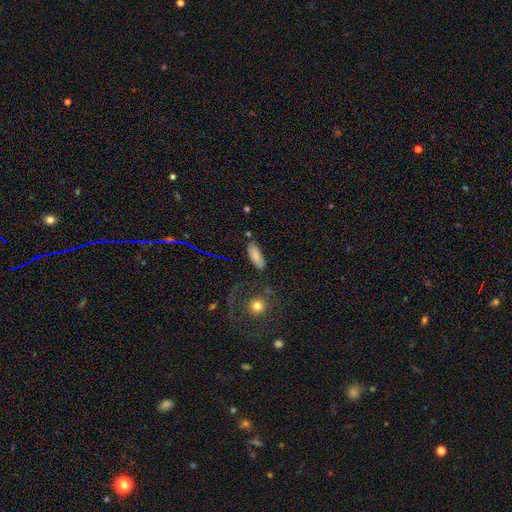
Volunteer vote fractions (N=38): smooth 92%, star or artifact 5%, featured or disk 3%. Down the decision tree: how rounded — in between (63%); merging — none (75%).